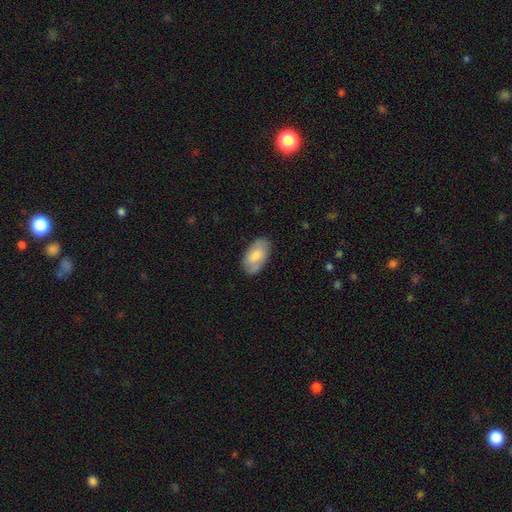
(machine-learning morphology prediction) A smooth galaxy with no disk features (72%) that is in between round and cigar-shaped (95%).

Vote fractions:
- Smooth or featured? smooth: 72% / featured or disk: 22% / star or artifact: 6%
- How rounded? in between: 95% / round: 4% / cigar-shaped: 2%
- Merging? none: 80% / minor disturbance: 15% / major disturbance: 3% / merger: 1%